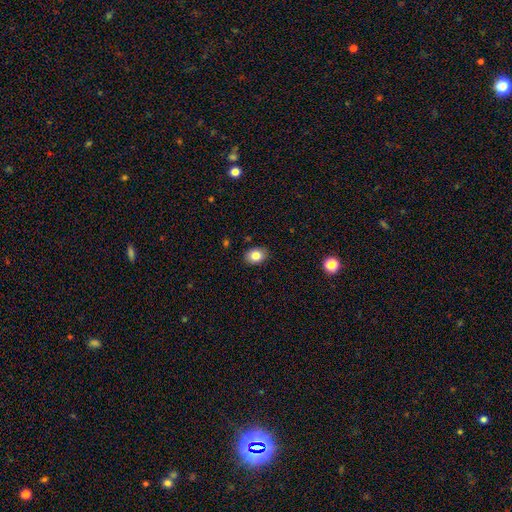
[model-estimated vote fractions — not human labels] Smooth or featured? smooth (83%)
How rounded? in between (61%)
Merging? none (88%)